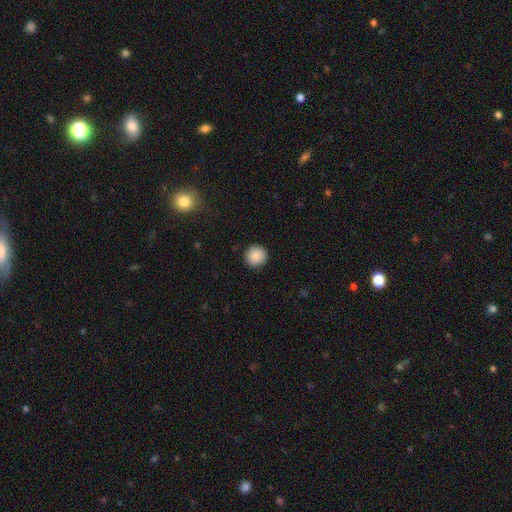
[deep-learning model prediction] smooth-or-featured: smooth: 88% | star or artifact: 8% | featured or disk: 4%
  how-rounded: round: 95% | in between: 4% | cigar-shaped: 1%
  merging: none: 92% | minor disturbance: 5% | major disturbance: 2% | merger: 1%